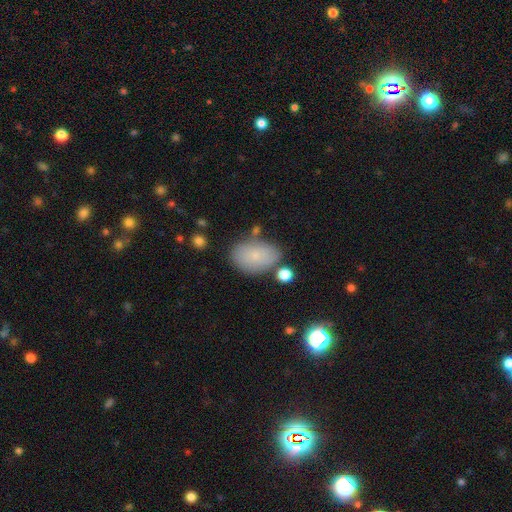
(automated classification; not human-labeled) Morphology: type=smooth (73%); roundness=in between (87%); merging=none (70%).